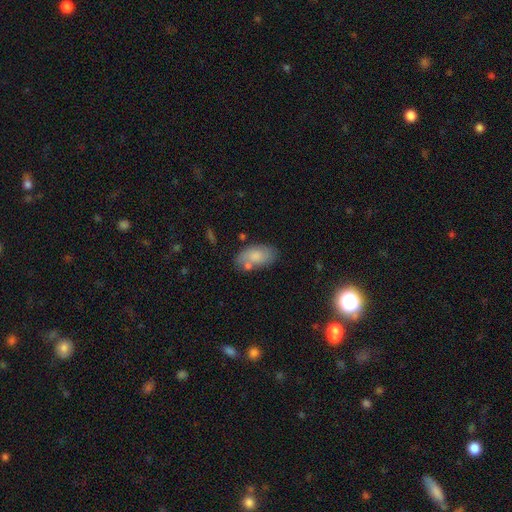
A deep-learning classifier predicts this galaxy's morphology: A smooth galaxy with no disk features (76%) that is in between round and cigar-shaped (93%).

Vote fractions:
- Smooth or featured? smooth: 76% / featured or disk: 17% / star or artifact: 7%
- How rounded? in between: 93% / round: 4% / cigar-shaped: 2%
- Merging? none: 63% / minor disturbance: 19% / merger: 13% / major disturbance: 5%